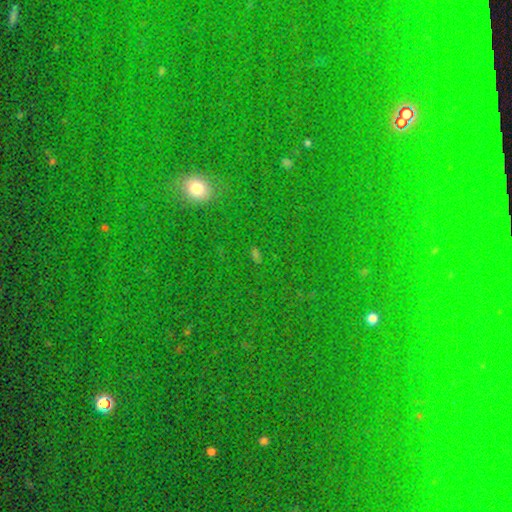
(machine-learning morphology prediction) Q: Smooth or featured?
A: star or artifact (62%); runner-up: smooth (30%)